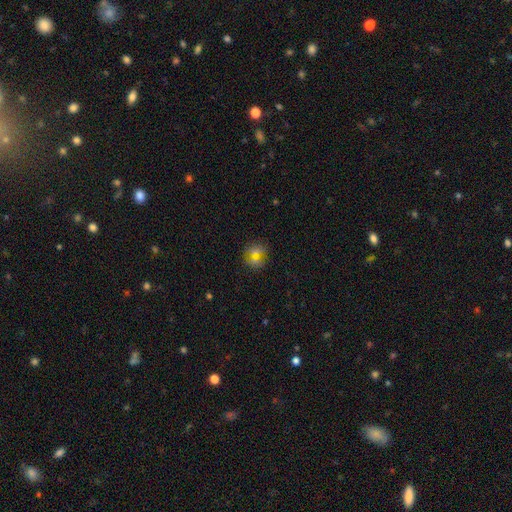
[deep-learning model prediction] Morphology: type=smooth (54%); roundness=round (81%); merging=none (63%).